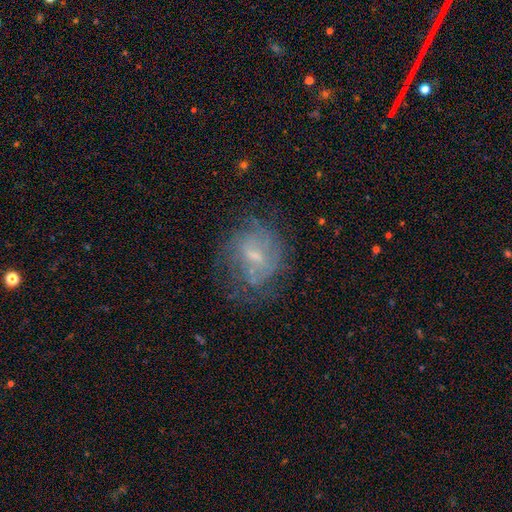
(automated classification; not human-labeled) Smooth or featured?
  - featured or disk: 57% *
  - smooth: 30%
  - star or artifact: 12%
Edge-on disk?
  - no: 96% *
  - yes: 4%
Bar?
  - weak: 50% *
  - no: 38%
  - strong: 12%
Spiral arms?
  - yes: 55% *
  - no: 45%
Bulge size?
  - small: 51% *
  - moderate: 31%
  - none: 14%
  - large: 2%
  - dominant: 1%
Merging?
  - none: 56% *
  - minor disturbance: 23%
  - major disturbance: 18%
  - merger: 2%